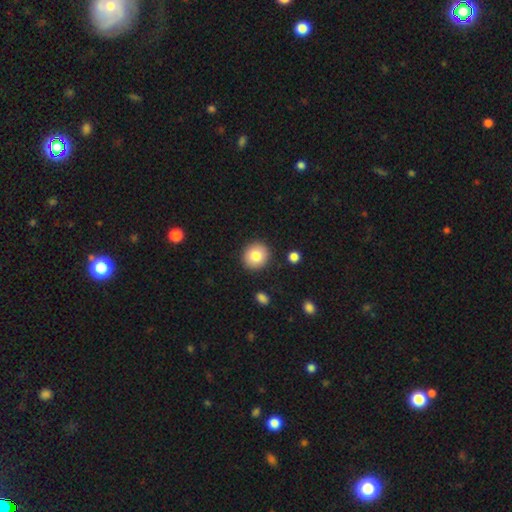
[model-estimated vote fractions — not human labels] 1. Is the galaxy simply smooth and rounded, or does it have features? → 82% smooth, 9% featured or disk, 9% star or artifact.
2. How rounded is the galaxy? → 88% round, 11% in between, 1% cigar-shaped.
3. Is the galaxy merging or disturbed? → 90% none, 7% minor disturbance, 2% major disturbance, 2% merger.